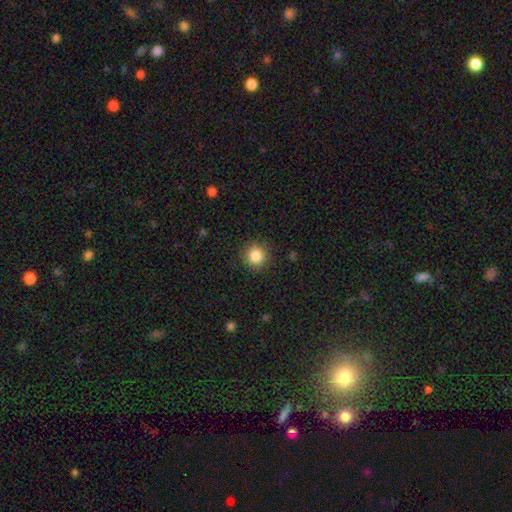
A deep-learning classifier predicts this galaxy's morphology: This is clearly a smooth galaxy (85%). How rounded: clearly round (94%). Merging: clearly none (91%).